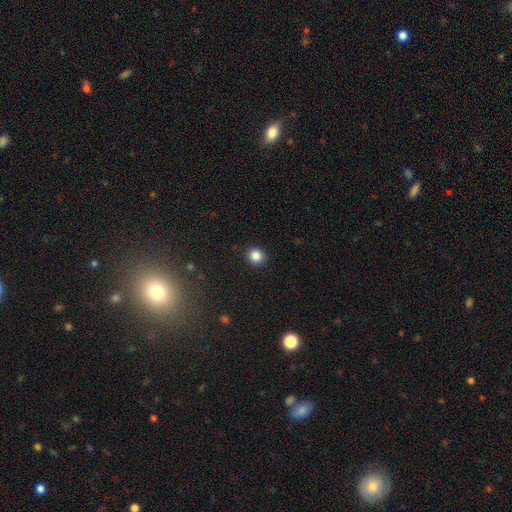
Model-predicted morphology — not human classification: Smooth or featured: smooth — 85% (star or artifact — 11%)
How rounded: round — 89% (in between — 10%)
Merging: none — 92% (minor disturbance — 5%)